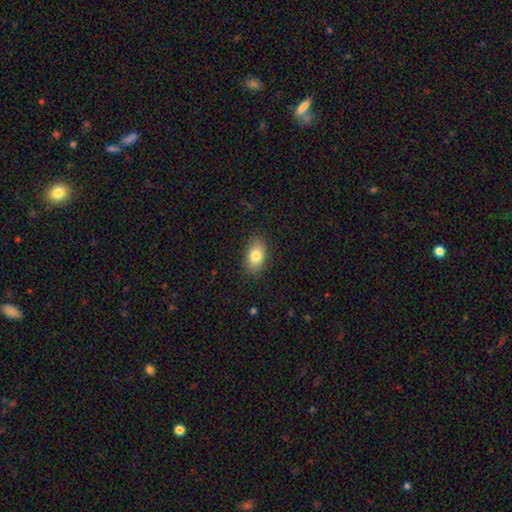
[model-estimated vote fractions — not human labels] Smooth or featured: smooth — 81% (featured or disk — 11%)
How rounded: in between — 89% (round — 10%)
Merging: none — 86% (minor disturbance — 10%)